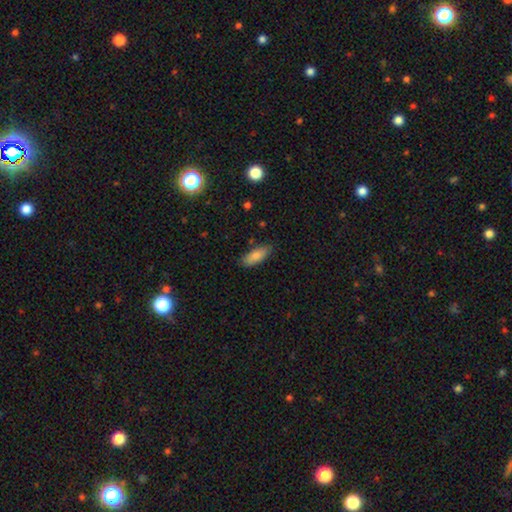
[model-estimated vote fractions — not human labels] smooth-or-featured: smooth: 84% | featured or disk: 9% | star or artifact: 7%
  how-rounded: in between: 74% | cigar-shaped: 24% | round: 2%
  merging: none: 83% | minor disturbance: 13% | major disturbance: 2% | merger: 1%